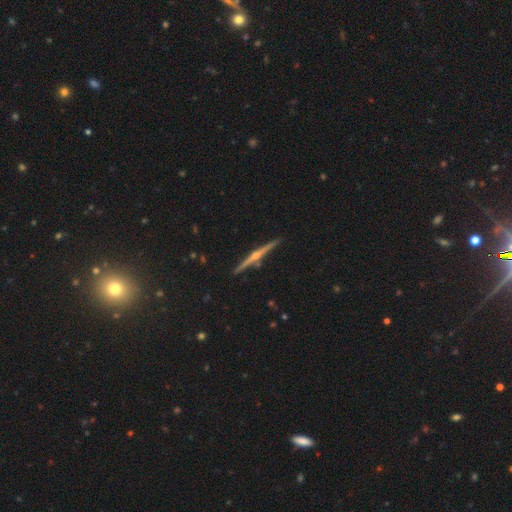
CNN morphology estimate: featured or disk 85%, smooth 10%, star or artifact 6%. Down the decision tree: edge-on disk — yes (99%); edge-on bulge — rounded (93%); merging — none (90%).